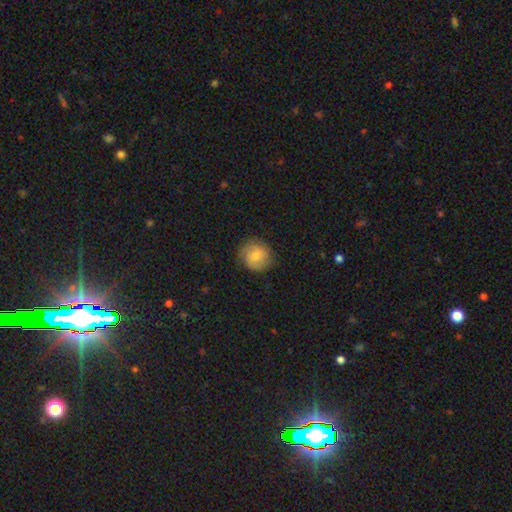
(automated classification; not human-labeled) smooth-or-featured: smooth: 74% | featured or disk: 19% | star or artifact: 7%
  how-rounded: round: 89% | in between: 10% | cigar-shaped: 1%
  merging: none: 81% | minor disturbance: 14% | major disturbance: 4% | merger: 1%